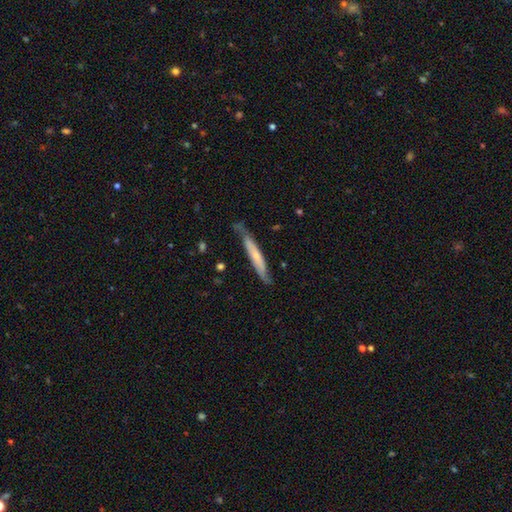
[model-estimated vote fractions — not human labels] Smooth or featured? featured or disk (49%)
Merging? none (67%)